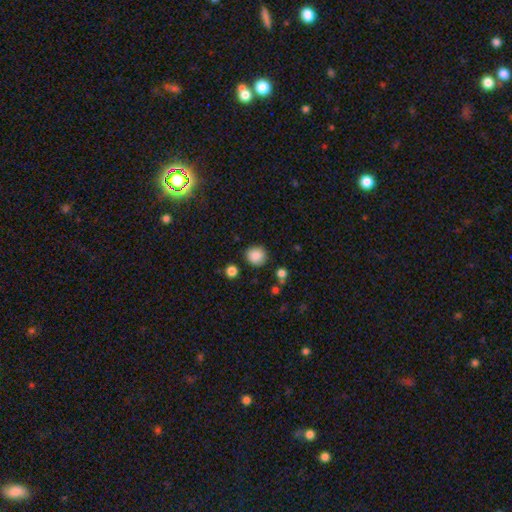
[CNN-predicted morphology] A smooth galaxy with no disk features (86%) that is round (90%).

Vote fractions:
- Smooth or featured? smooth: 86% / star or artifact: 9% / featured or disk: 5%
- How rounded? round: 90% / in between: 9% / cigar-shaped: 1%
- Merging? none: 85% / minor disturbance: 9% / merger: 3% / major disturbance: 3%